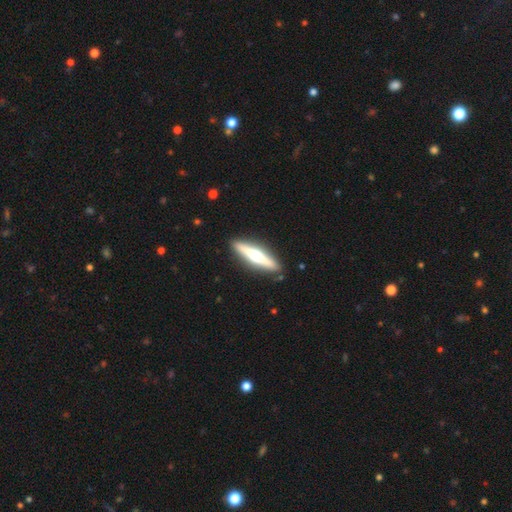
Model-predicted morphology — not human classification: type=featured or disk (66%); edge-on=yes (96%); edge-on bulge=rounded (94%); merging=none (90%).